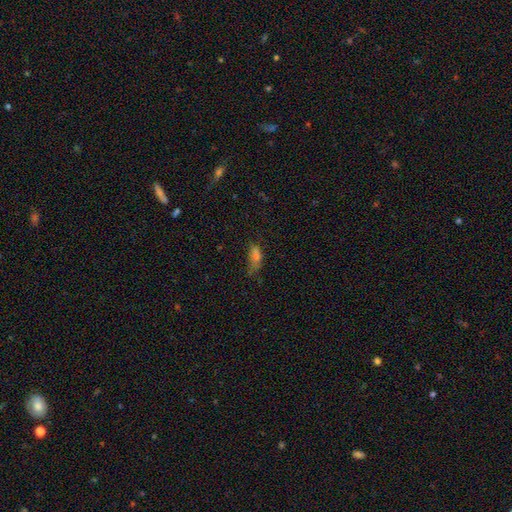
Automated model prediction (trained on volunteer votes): A smooth galaxy with no disk features (60%) that is in between round and cigar-shaped (74%).

Vote fractions:
- Smooth or featured? smooth: 60% / star or artifact: 21% / featured or disk: 19%
- How rounded? in between: 74% / cigar-shaped: 18% / round: 8%
- Merging? none: 42% / minor disturbance: 29% / major disturbance: 24% / merger: 5%